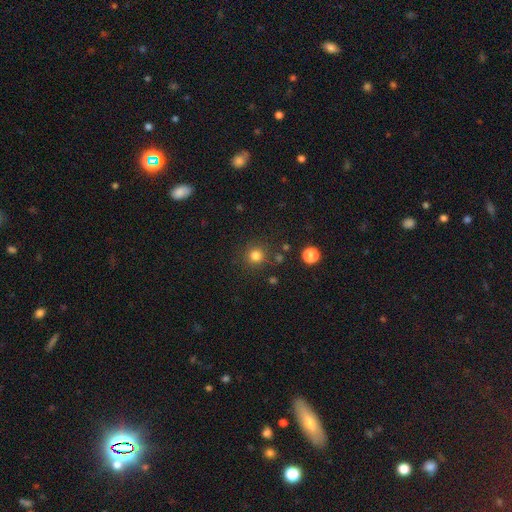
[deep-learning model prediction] Overall: smooth (81%). How rounded: round (93%). Merging: none (86%).